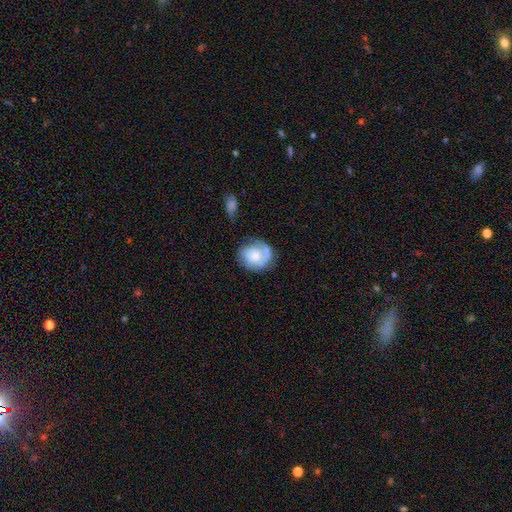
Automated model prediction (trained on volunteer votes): A featured or disk galaxy (57%) with no bar (77%), spiral arms (84%) and a moderate central bulge (43%).

Vote fractions:
- Smooth or featured? featured or disk: 57% / smooth: 37% / star or artifact: 7%
- Edge-on disk? no: 97% / yes: 3%
- Bar? no: 77% / weak: 20% / strong: 3%
- Spiral arms? yes: 84% / no: 16%
- Bulge size? moderate: 43% / small: 40% / large: 9% / none: 7% / dominant: 2%
- Merging? none: 60% / minor disturbance: 23% / major disturbance: 12% / merger: 5%